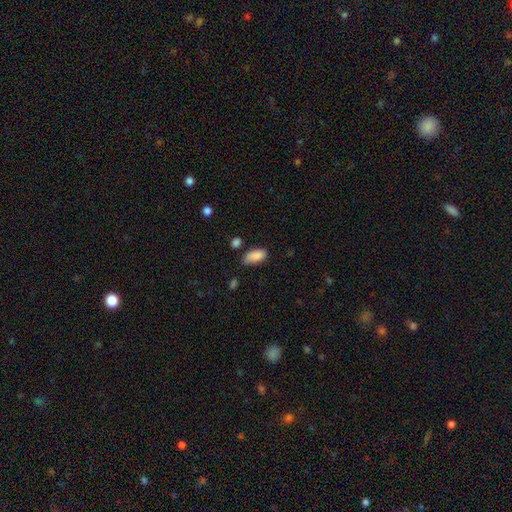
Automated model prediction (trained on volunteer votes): This appears to be a smooth galaxy with no disk features (88%) that is in between round and cigar-shaped (92%). Merging: none (66%).